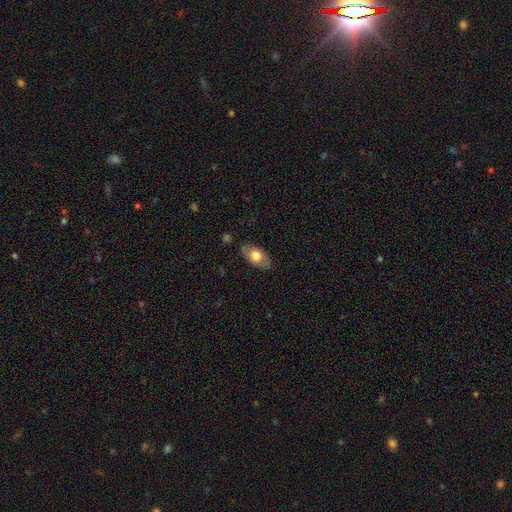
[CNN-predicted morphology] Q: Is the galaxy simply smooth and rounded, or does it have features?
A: smooth — 64%.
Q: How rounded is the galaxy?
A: in between — 91%.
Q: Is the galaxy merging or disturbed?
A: none — 80%.